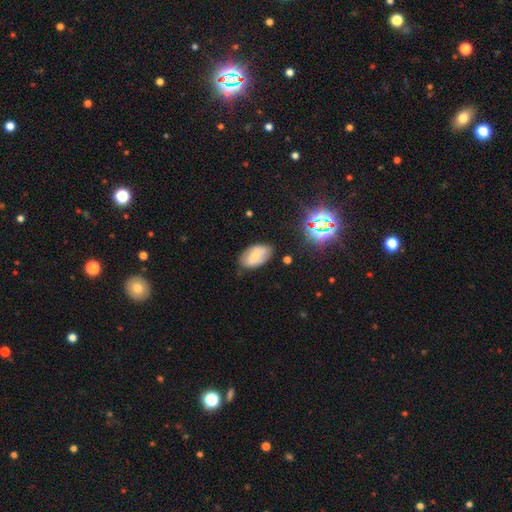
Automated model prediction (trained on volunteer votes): Smooth or featured?
  - smooth: 58% *
  - featured or disk: 31%
  - star or artifact: 11%
How rounded?
  - in between: 92% *
  - round: 6%
  - cigar-shaped: 2%
Merging?
  - none: 75% *
  - minor disturbance: 19%
  - major disturbance: 4%
  - merger: 2%